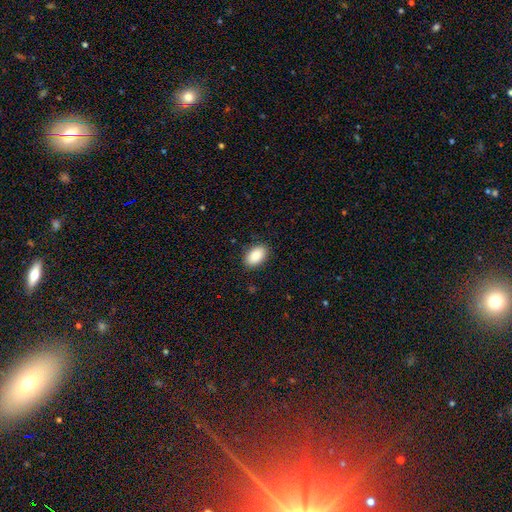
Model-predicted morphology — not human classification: The model was most divided on "merging": none: 87%, minor disturbance: 9%, major disturbance: 3%, merger: 1%. More confident: how rounded — in between (91%); smooth or featured — smooth (89%).